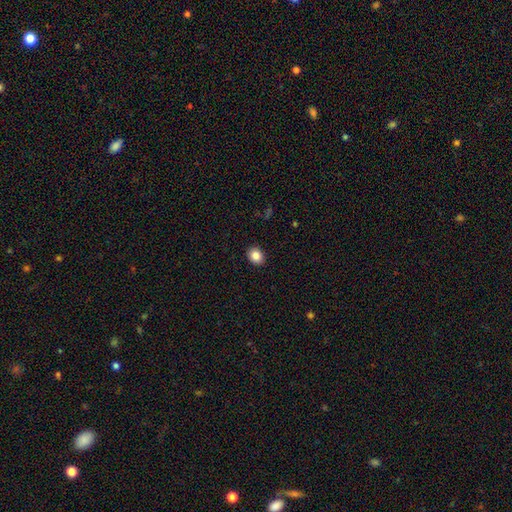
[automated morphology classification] Smooth or featured: smooth — 86% (star or artifact — 9%)
How rounded: round — 54% (in between — 46%)
Merging: none — 91% (minor disturbance — 6%)